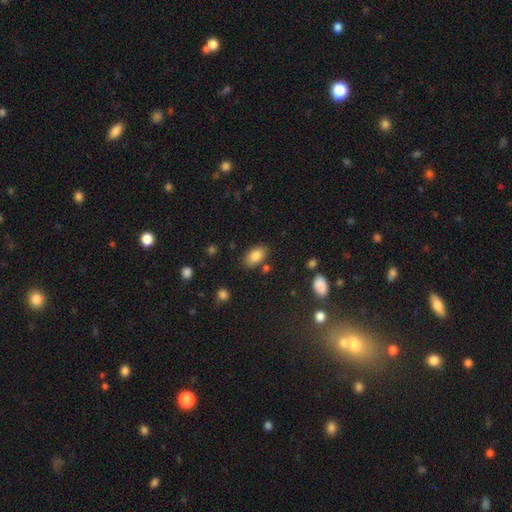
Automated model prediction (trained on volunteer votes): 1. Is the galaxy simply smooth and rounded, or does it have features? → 84% smooth, 8% featured or disk, 8% star or artifact.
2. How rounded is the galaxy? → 91% in between, 7% round, 2% cigar-shaped.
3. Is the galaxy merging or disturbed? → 80% none, 12% minor disturbance, 4% merger, 3% major disturbance.